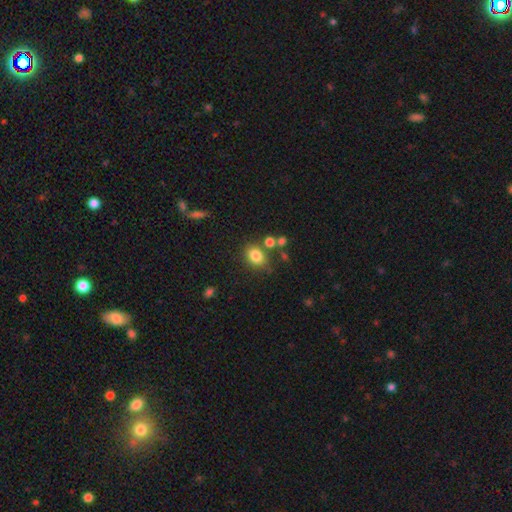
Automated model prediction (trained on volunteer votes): smooth 81%, star or artifact 11%, featured or disk 8%. Down the decision tree: how rounded — in between (53%); merging — none (72%).